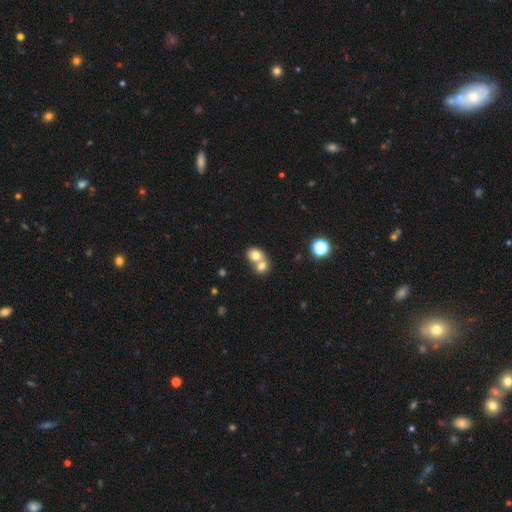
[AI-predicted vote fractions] Smooth or featured? smooth (75%)
How rounded? round (61%)
Merging? merger (69%)